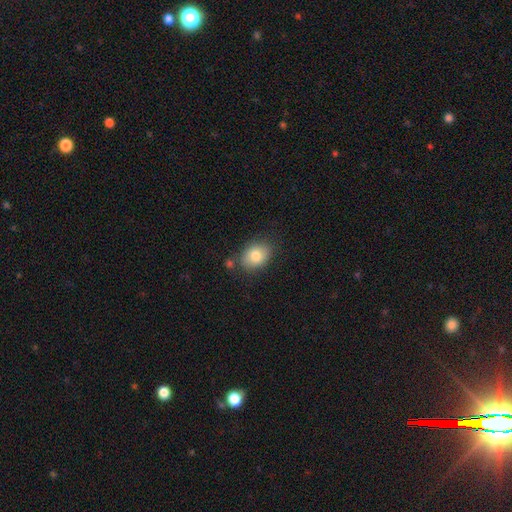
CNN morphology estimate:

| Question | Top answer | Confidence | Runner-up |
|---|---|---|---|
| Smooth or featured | smooth | 80% | featured or disk (12%) |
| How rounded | in between | 67% | round (32%) |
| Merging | none | 76% | minor disturbance (15%) |